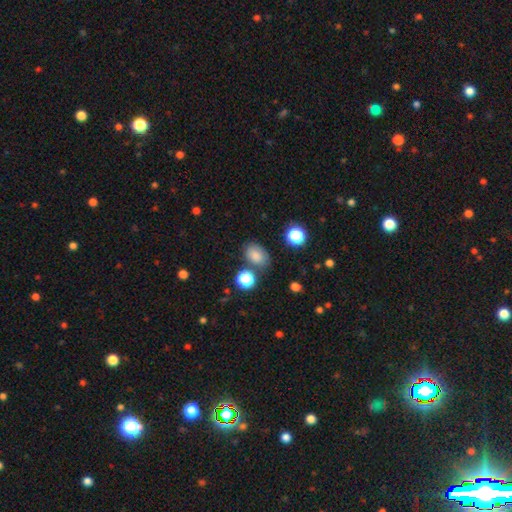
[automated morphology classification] Overall: smooth (79%). How rounded: in between (74%). Merging: none (72%).